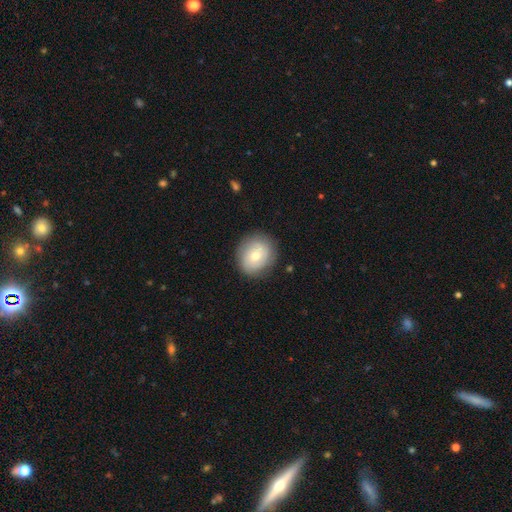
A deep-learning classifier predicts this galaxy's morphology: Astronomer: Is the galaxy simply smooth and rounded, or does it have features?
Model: smooth — 63%.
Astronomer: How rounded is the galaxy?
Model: round — 75%.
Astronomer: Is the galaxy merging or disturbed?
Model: none — 84%.